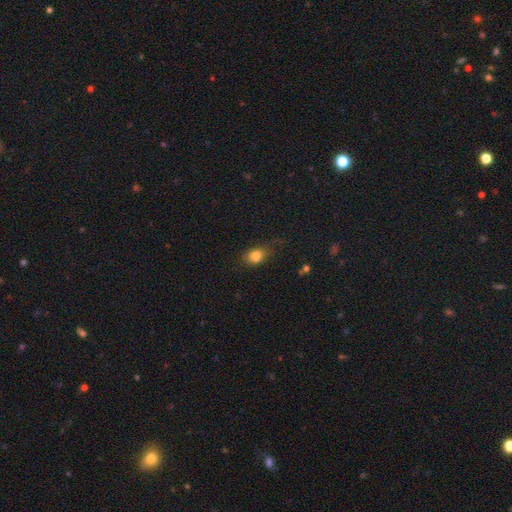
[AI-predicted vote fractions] smooth 81%, star or artifact 11%, featured or disk 8%. Down the decision tree: how rounded — in between (63%); merging — none (54%).